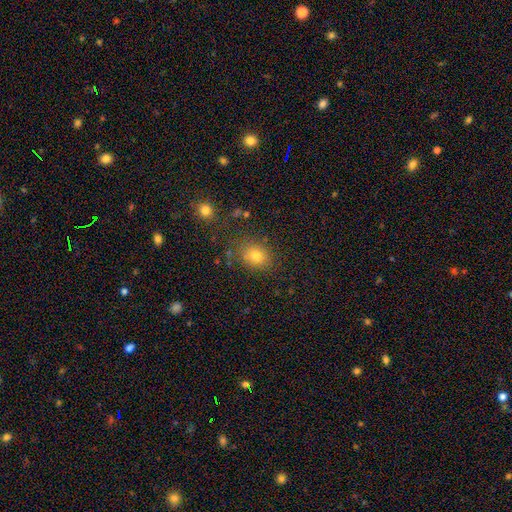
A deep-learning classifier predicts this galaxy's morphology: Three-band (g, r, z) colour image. It shows a smooth galaxy with no disk features (78%) that is in between round and cigar-shaped (52%). Merging: none (78%).